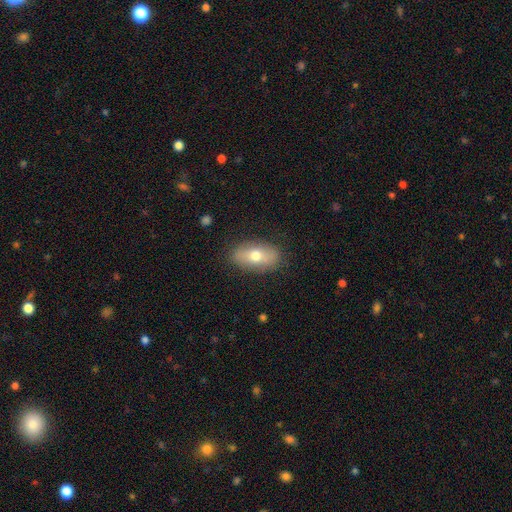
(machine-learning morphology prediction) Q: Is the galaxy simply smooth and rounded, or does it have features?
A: smooth — 64%.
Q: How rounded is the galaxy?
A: in between — 88%.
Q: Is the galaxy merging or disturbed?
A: none — 84%.